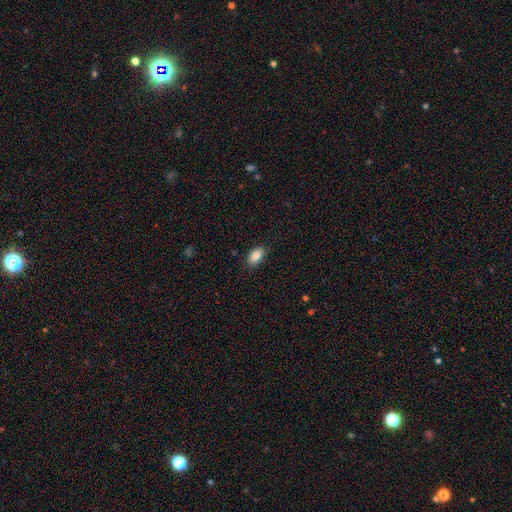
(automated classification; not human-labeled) This is clearly a smooth galaxy (86%). How rounded: clearly in between (92%). Merging: clearly none (85%).